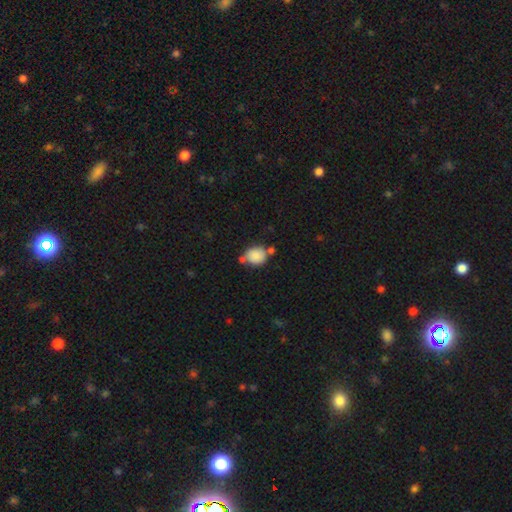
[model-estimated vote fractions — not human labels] Morphology: type=smooth (84%); roundness=round (63%); merging=none (55%).